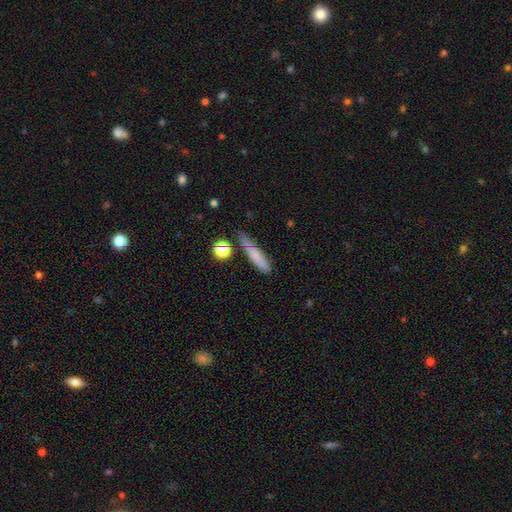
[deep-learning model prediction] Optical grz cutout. It shows a smooth galaxy with no disk features (74%) that is cigar-shaped (84%). Merging: none (62%).